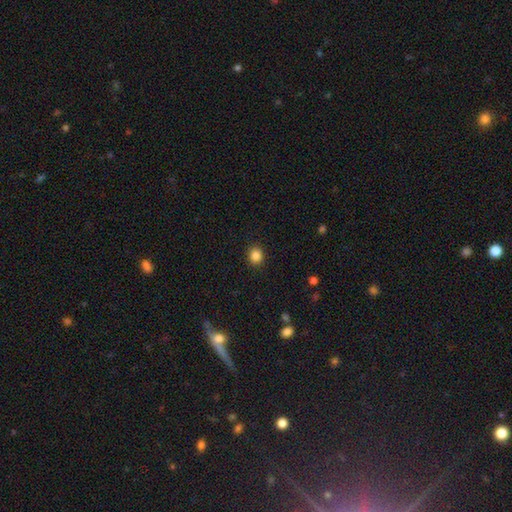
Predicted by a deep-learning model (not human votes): This appears to be a smooth galaxy with no disk features (86%) that is round (76%). Merging: none (91%).